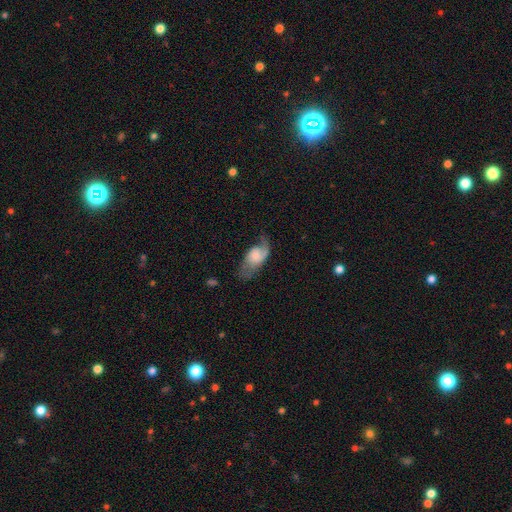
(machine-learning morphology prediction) featured or disk 56%, smooth 37%, star or artifact 7%. Down the decision tree: edge-on disk — no (93%); bar — no (71%); spiral arms — yes (82%); bulge size — small (42%); merging — none (44%).